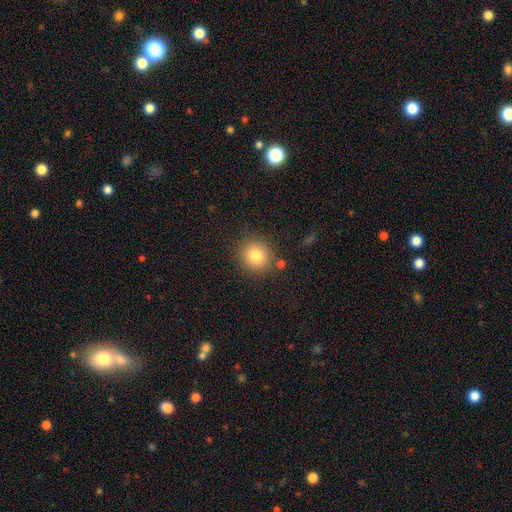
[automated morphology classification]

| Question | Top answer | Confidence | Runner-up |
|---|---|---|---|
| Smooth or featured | smooth | 82% | star or artifact (11%) |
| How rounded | round | 90% | in between (9%) |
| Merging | none | 85% | minor disturbance (8%) |